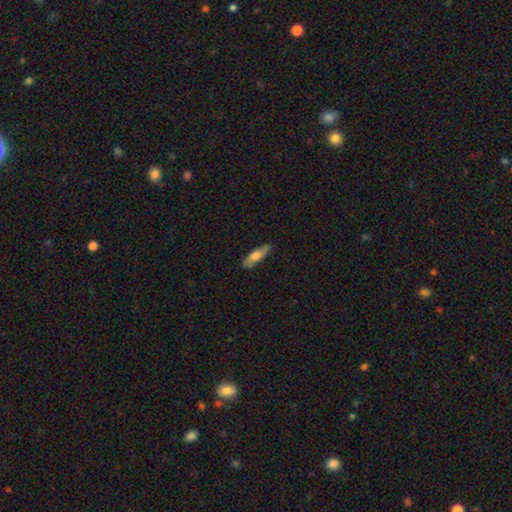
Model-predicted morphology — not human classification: smooth-or-featured: smooth: 66% | featured or disk: 28% | star or artifact: 6%
  how-rounded: cigar-shaped: 58% | in between: 40% | round: 2%
  merging: none: 86% | minor disturbance: 11% | major disturbance: 2% | merger: 1%